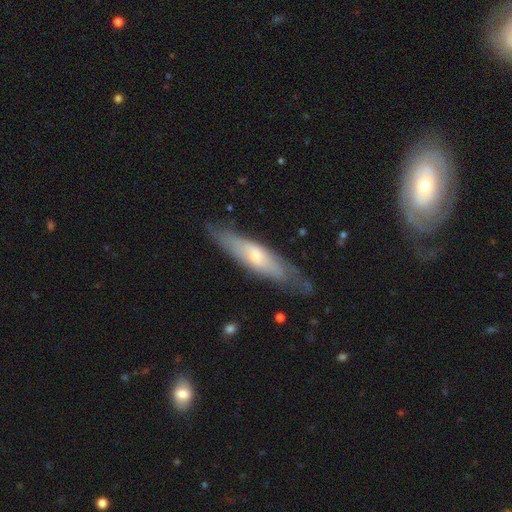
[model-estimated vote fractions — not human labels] The model was most divided on "smooth or featured": featured or disk: 55%, smooth: 39%, star or artifact: 6%. More confident: merging — none (76%); edge-on disk — yes (62%).